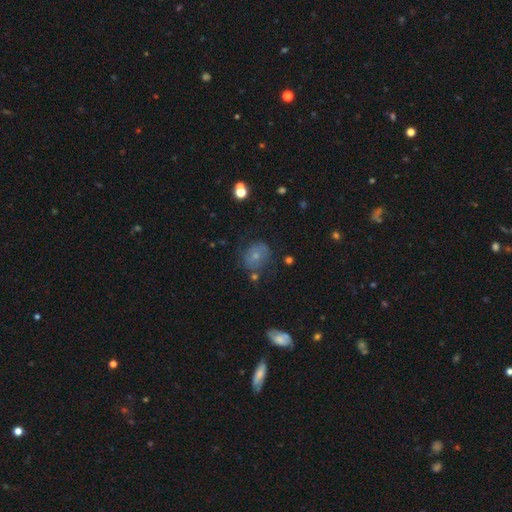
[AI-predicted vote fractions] The model was most divided on "smooth or featured": smooth: 47%, featured or disk: 37%, star or artifact: 16%. More confident: merging — none (65%).